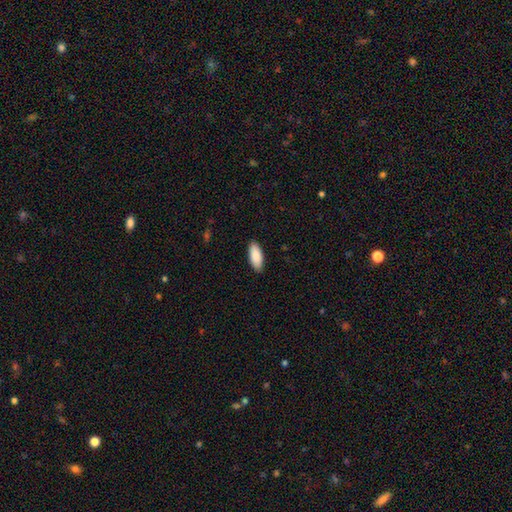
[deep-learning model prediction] smooth 89%, star or artifact 5%, featured or disk 5%. Down the decision tree: how rounded — in between (84%); merging — none (90%).